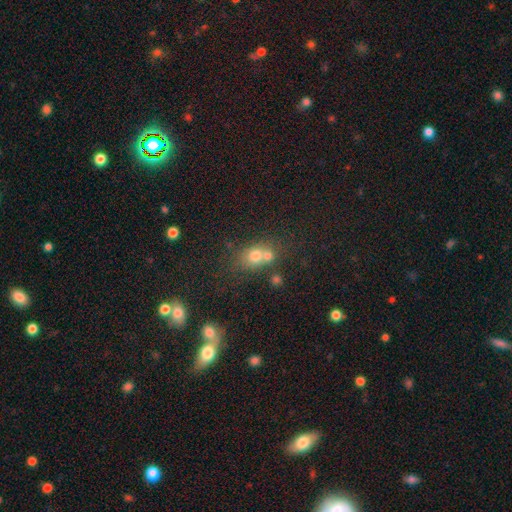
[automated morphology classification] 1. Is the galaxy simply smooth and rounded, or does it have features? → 69% smooth, 16% star or artifact, 15% featured or disk.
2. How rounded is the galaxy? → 64% round, 35% in between, 2% cigar-shaped.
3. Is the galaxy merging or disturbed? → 48% merger, 38% none, 9% minor disturbance, 5% major disturbance.